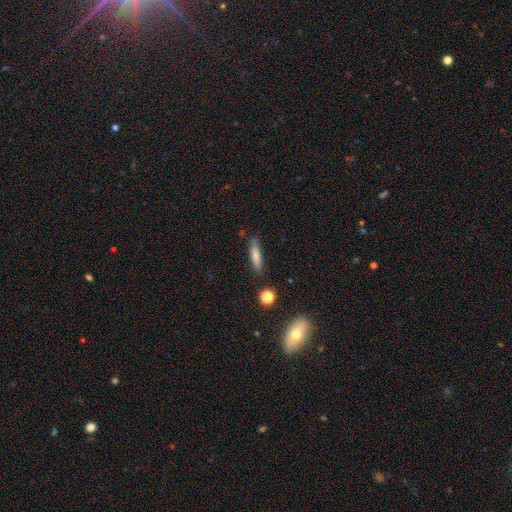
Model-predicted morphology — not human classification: smooth-or-featured: smooth: 75% | featured or disk: 17% | star or artifact: 9%
  how-rounded: cigar-shaped: 76% | in between: 22% | round: 2%
  merging: none: 82% | minor disturbance: 12% | major disturbance: 3% | merger: 3%